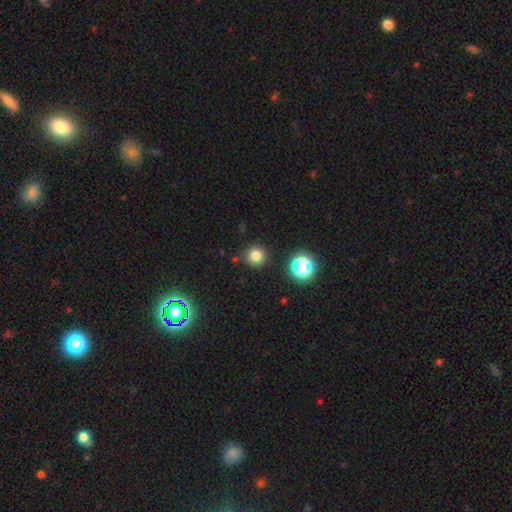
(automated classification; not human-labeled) Smooth or featured?
  - smooth: 78% *
  - star or artifact: 16%
  - featured or disk: 6%
How rounded?
  - round: 94% *
  - in between: 5%
  - cigar-shaped: 1%
Merging?
  - none: 87% *
  - minor disturbance: 7%
  - merger: 3%
  - major disturbance: 3%